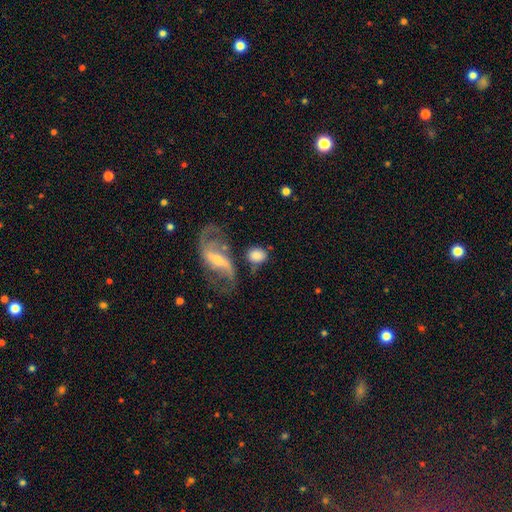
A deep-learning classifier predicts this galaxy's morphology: Smooth or featured: smooth — 62% (featured or disk — 31%)
How rounded: in between — 49% (round — 48%)
Merging: none — 56% (merger — 18%)